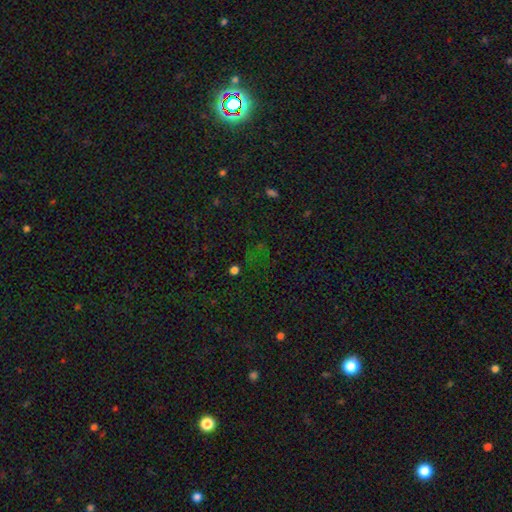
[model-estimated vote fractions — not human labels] The model was most divided on "smooth or featured": star or artifact: 71%, smooth: 20%, featured or disk: 10%.